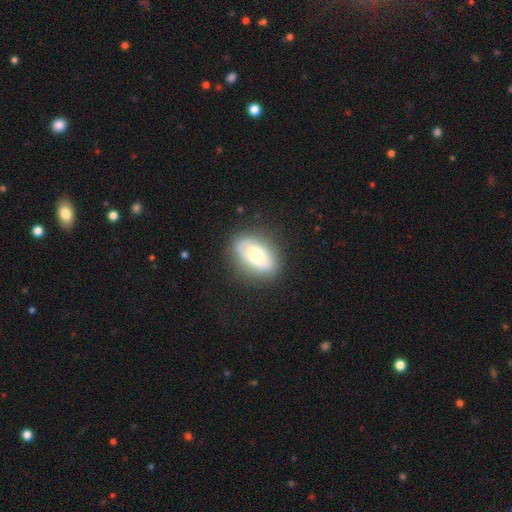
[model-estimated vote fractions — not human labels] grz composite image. It shows a smooth galaxy with no disk features (57%) that is in between round and cigar-shaped (86%). Merging: none (77%).